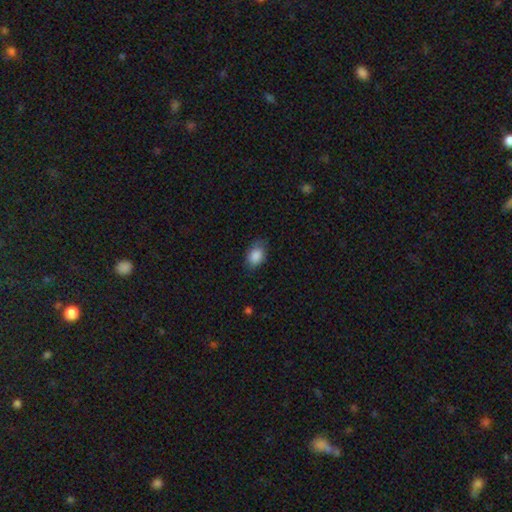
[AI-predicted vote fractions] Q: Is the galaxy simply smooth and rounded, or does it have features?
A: smooth — 88%.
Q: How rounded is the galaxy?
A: in between — 84%.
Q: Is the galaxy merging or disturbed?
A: none — 72%.